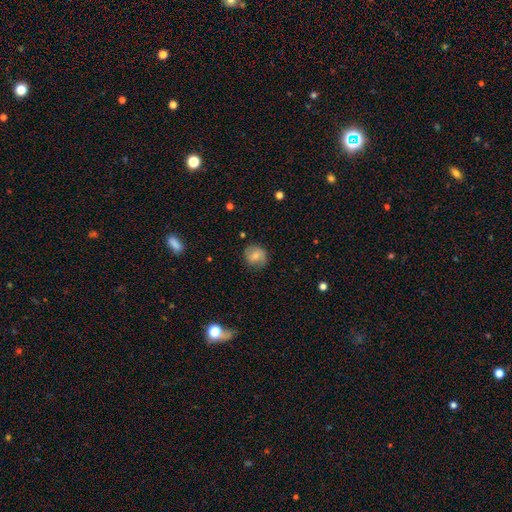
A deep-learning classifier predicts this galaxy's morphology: smooth_or_featured: smooth (p=0.62) [alt: featured or disk p=0.29]
how_rounded: round (p=0.84) [alt: in between p=0.15]
merging: none (p=0.78) [alt: minor disturbance p=0.17]